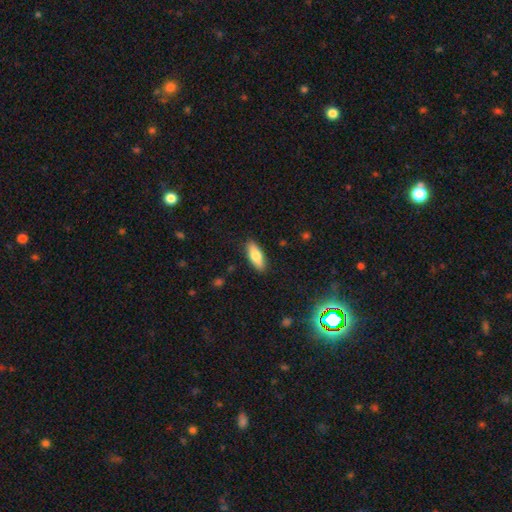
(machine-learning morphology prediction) Smooth or featured: smooth — 75% (featured or disk — 19%)
How rounded: in between — 65% (cigar-shaped — 33%)
Merging: none — 88% (minor disturbance — 9%)